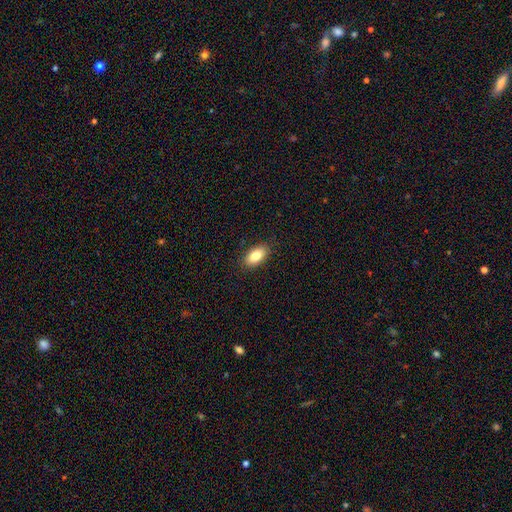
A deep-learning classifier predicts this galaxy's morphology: Smooth or featured? smooth (82%)
How rounded? in between (92%)
Merging? none (88%)